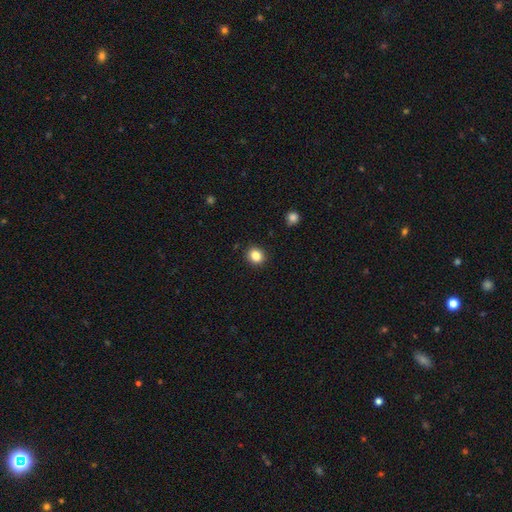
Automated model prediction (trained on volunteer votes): Morphology: type=smooth (84%); roundness=round (78%); merging=none (91%).